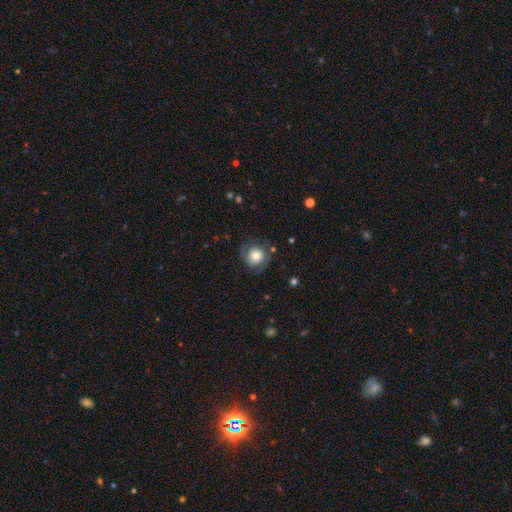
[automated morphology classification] A smooth galaxy with no disk features (62%) that is round (89%).

Vote fractions:
- Smooth or featured? smooth: 62% / featured or disk: 29% / star or artifact: 9%
- How rounded? round: 89% / in between: 10% / cigar-shaped: 1%
- Merging? none: 72% / minor disturbance: 17% / major disturbance: 9% / merger: 2%